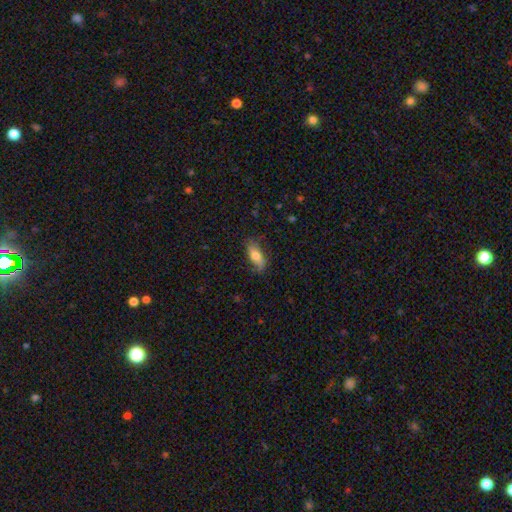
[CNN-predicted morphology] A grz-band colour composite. It shows a smooth galaxy with no disk features (70%) that is in between round and cigar-shaped (78%). Merging: none (73%).